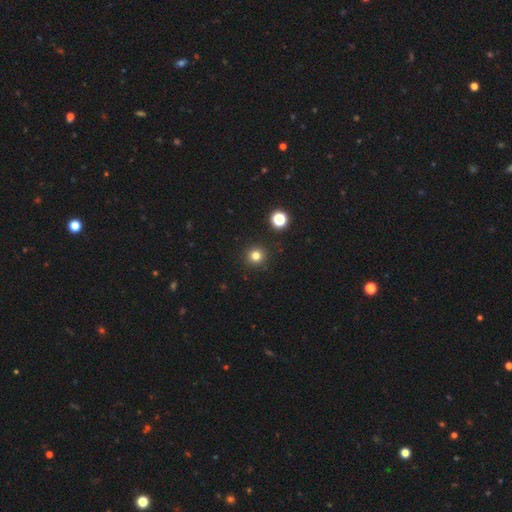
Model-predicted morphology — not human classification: smooth_or_featured: smooth (p=0.80) [alt: star or artifact p=0.15]
how_rounded: round (p=0.94) [alt: in between p=0.05]
merging: none (p=0.92) [alt: minor disturbance p=0.05]